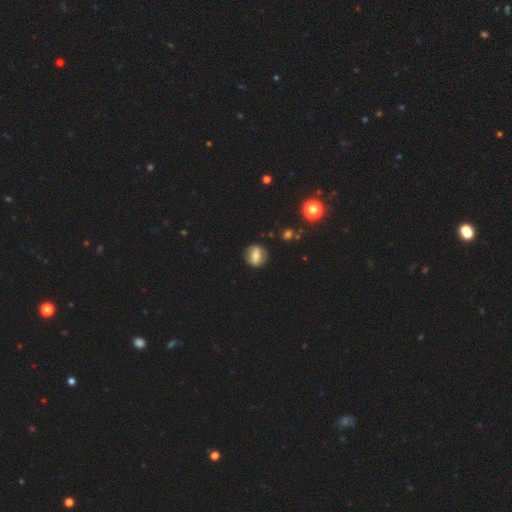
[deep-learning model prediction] smooth_or_featured: smooth (p=0.62) [alt: featured or disk p=0.28]
how_rounded: round (p=0.51) [alt: in between p=0.44]
merging: none (p=0.83) [alt: minor disturbance p=0.11]